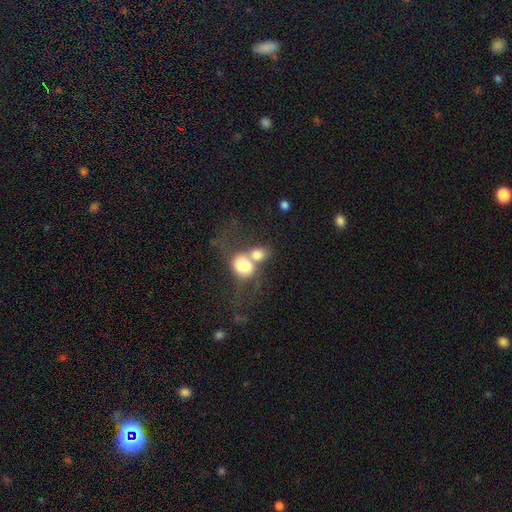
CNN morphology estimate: Smooth or featured? Predicted: smooth (p=0.58). How rounded? Predicted: round (p=0.50). Merging? Predicted: merger (p=0.58).